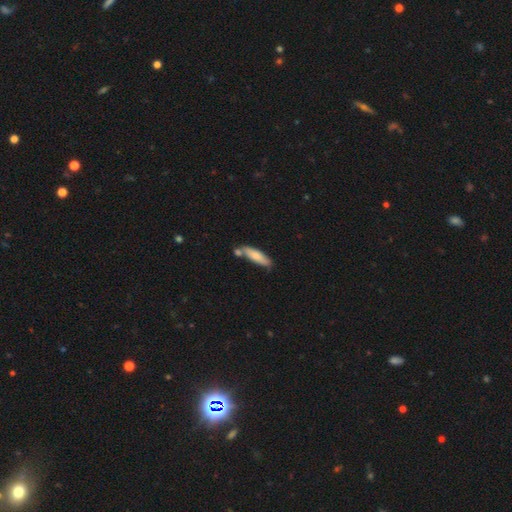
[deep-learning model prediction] Morphology: type=smooth (73%); roundness=cigar-shaped (64%); merging=none (60%).